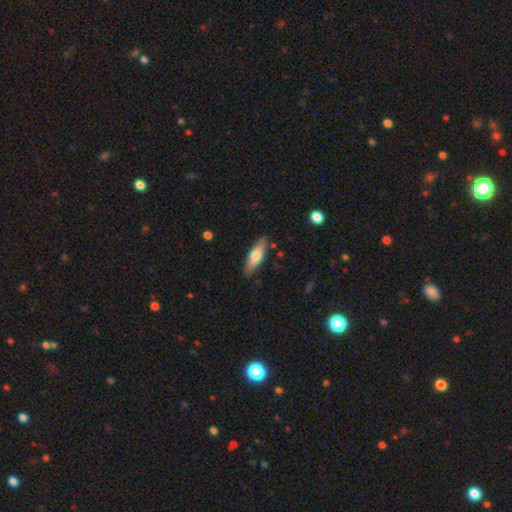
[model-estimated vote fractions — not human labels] Morphology: type=smooth (64%); roundness=cigar-shaped (51%); merging=none (86%).